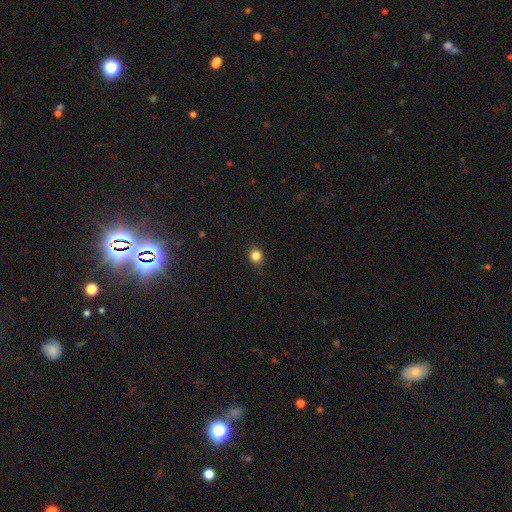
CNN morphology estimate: Smooth or featured: smooth — 84% (star or artifact — 12%)
How rounded: round — 85% (in between — 14%)
Merging: none — 91% (minor disturbance — 6%)